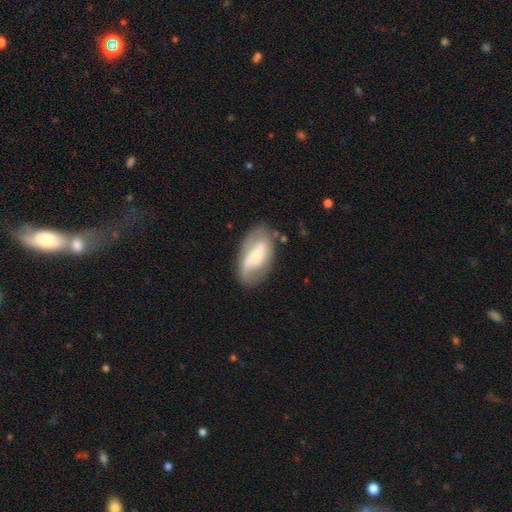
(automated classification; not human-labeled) Morphology: type=featured or disk (61%); edge-on=no (94%); bar=weak (37%); spiral arms=yes (77%); bulge=small (49%); merging=none (70%).